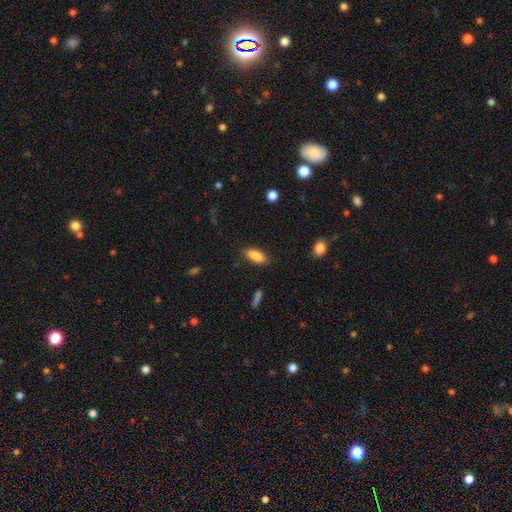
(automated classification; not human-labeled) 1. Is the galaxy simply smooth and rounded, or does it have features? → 87% smooth, 7% star or artifact, 5% featured or disk.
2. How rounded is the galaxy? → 80% in between, 18% cigar-shaped, 2% round.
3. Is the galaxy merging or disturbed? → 82% none, 13% minor disturbance, 3% major disturbance, 2% merger.